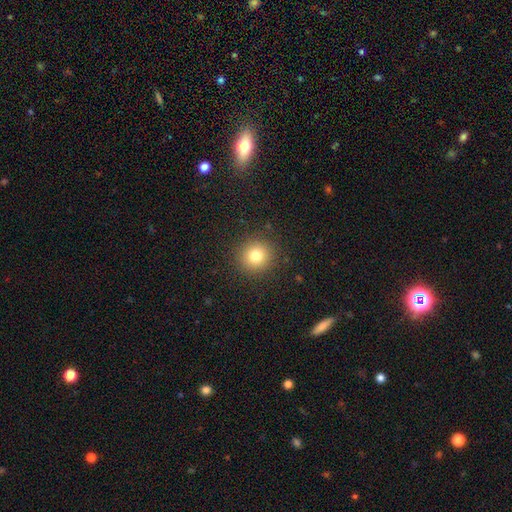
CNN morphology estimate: smooth-or-featured: smooth: 78% | star or artifact: 13% | featured or disk: 9%
  how-rounded: round: 92% | in between: 7% | cigar-shaped: 1%
  merging: none: 90% | minor disturbance: 6% | major disturbance: 3% | merger: 1%